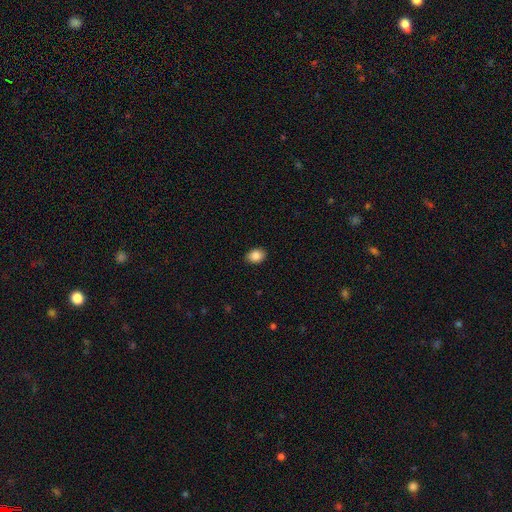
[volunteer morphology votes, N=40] A smooth galaxy with no disk features (95%) that is in between round and cigar-shaped (79%). Merging: none (95%).